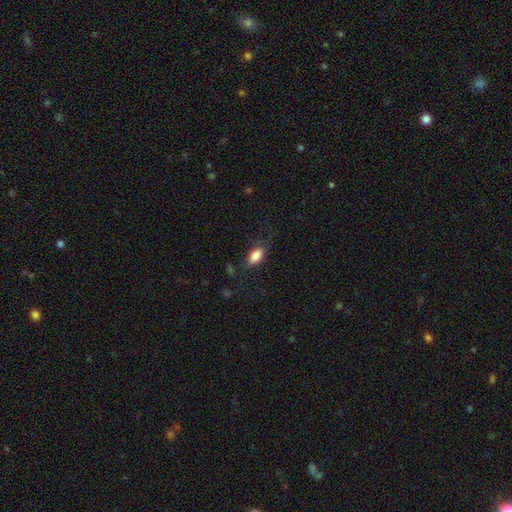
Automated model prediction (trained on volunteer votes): This appears to be a smooth galaxy with no disk features (84%) that is in between round and cigar-shaped (89%). Merging: none (67%).